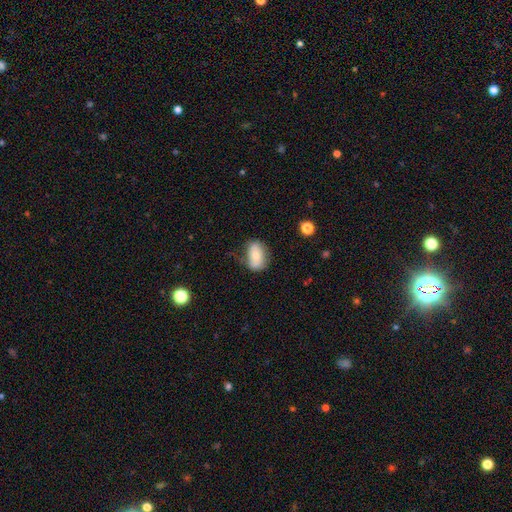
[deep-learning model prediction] Smooth or featured: smooth — 68% (featured or disk — 24%)
How rounded: in between — 84% (round — 14%)
Merging: none — 64% (minor disturbance — 26%)